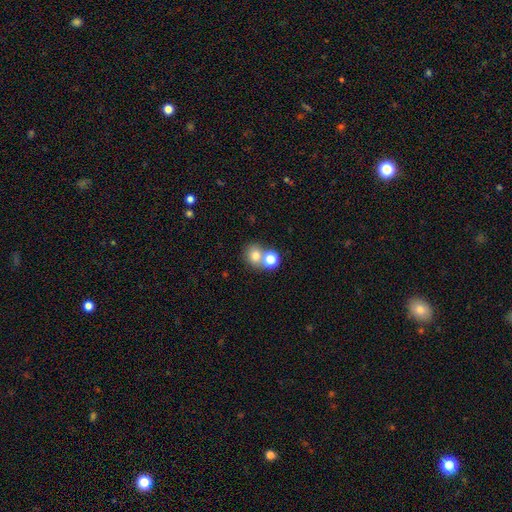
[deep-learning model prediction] Smooth or featured? smooth (76%)
How rounded? round (75%)
Merging? merger (47%)